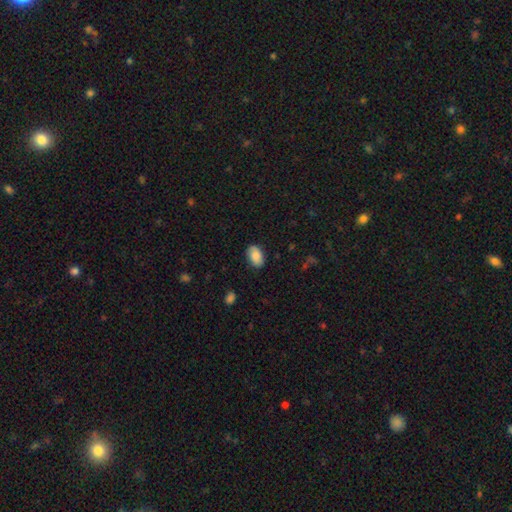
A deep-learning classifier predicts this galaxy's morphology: This appears to be a smooth galaxy with no disk features (85%) that is in between round and cigar-shaped (91%). Merging: none (84%).